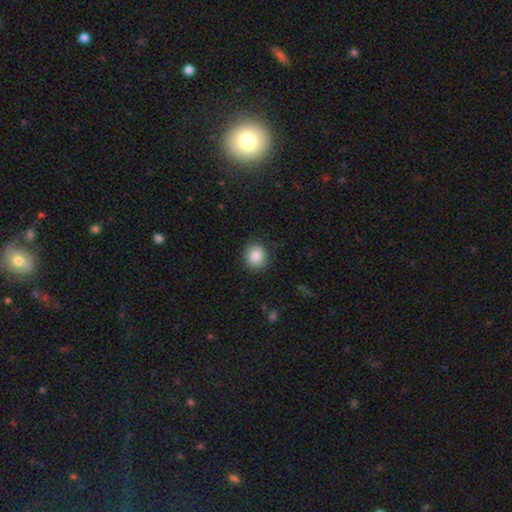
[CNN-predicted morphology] smooth 86%, star or artifact 9%, featured or disk 5%. Down the decision tree: how rounded — round (84%); merging — none (86%).